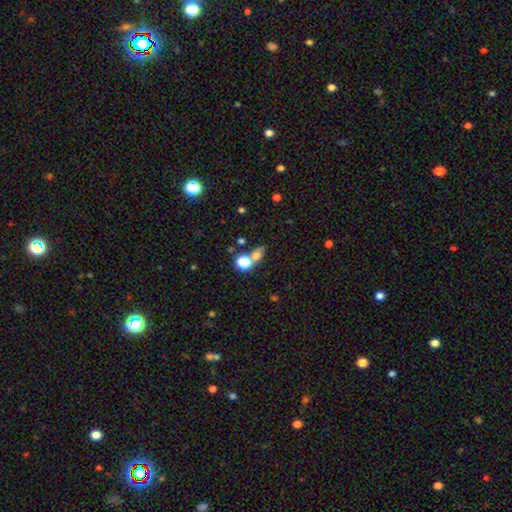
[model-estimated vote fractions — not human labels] This is likely a smooth galaxy (67%). How rounded: possibly in between (50%). Merging: possibly none (47%).